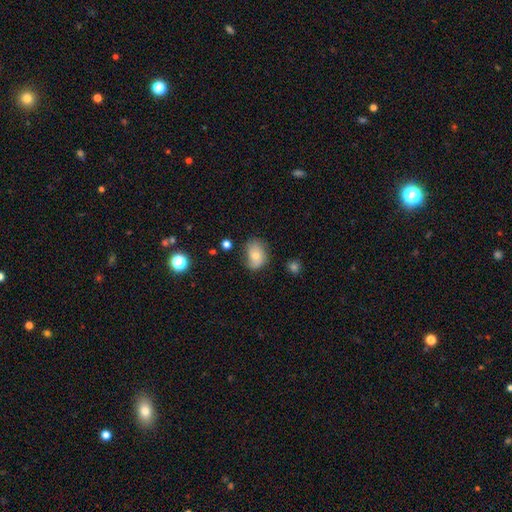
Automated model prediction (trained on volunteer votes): Morphology: type=smooth (67%); roundness=in between (73%); merging=none (56%).